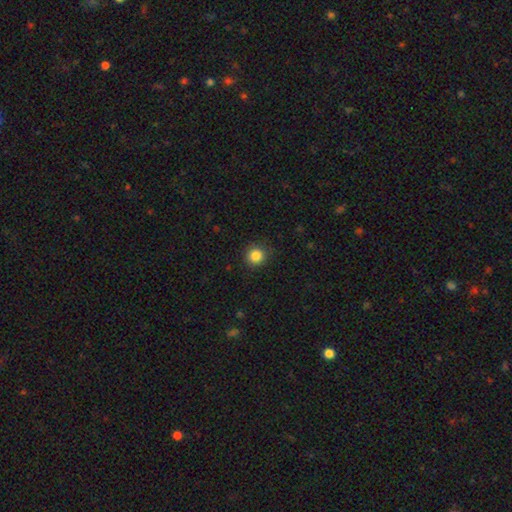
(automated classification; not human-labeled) Smooth or featured? Predicted: smooth (p=0.85). How rounded? Predicted: round (p=0.93). Merging? Predicted: none (p=0.89).